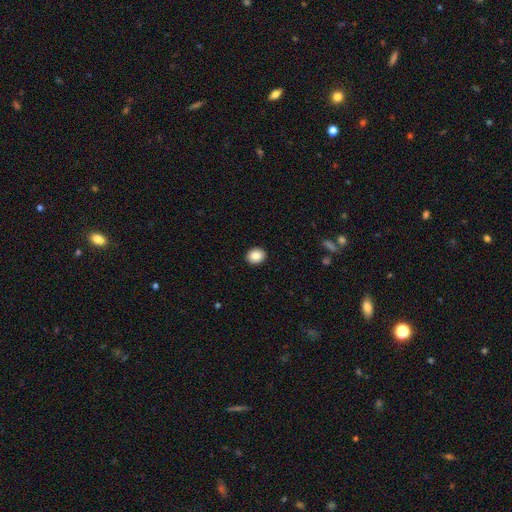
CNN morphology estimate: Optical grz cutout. It shows a smooth galaxy with no disk features (85%) that is round (67%). Merging: none (92%).